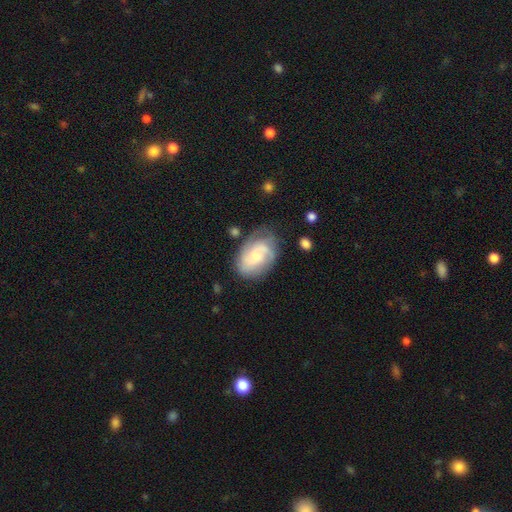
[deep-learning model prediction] This appears to be a featured or disk galaxy (58%) with no bar (63%), spiral arms (83%) and a small central bulge (46%). Merging: none (60%).